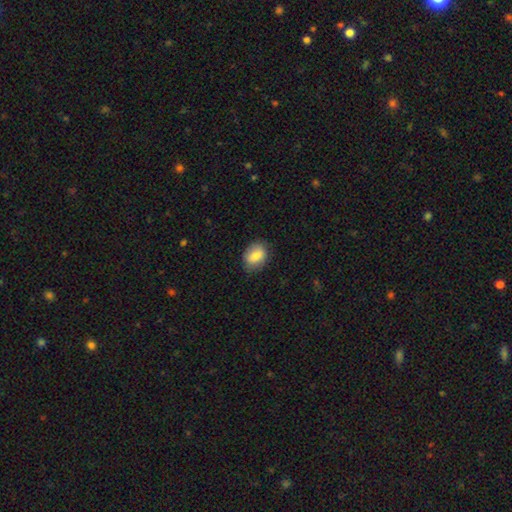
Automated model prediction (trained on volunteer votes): Smooth or featured? smooth (81%)
How rounded? in between (67%)
Merging? none (78%)